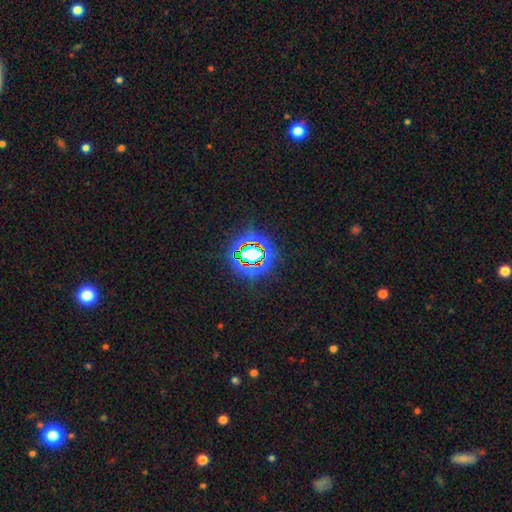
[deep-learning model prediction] A star or artifact, not a galaxy (78%).